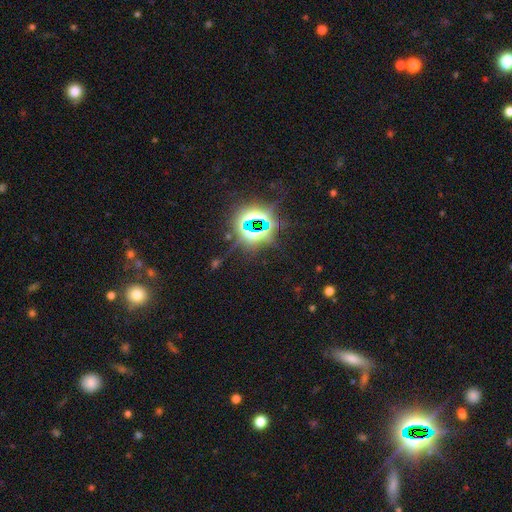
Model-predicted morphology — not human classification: Smooth or featured? Predicted: star or artifact (p=0.78).